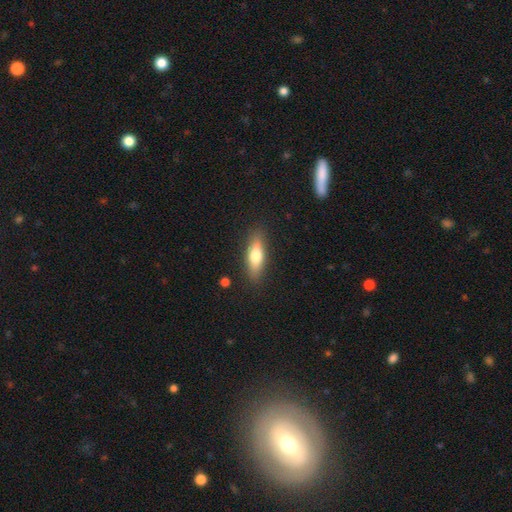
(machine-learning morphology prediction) Q: Smooth or featured?
A: smooth (66%); runner-up: featured or disk (28%)
Q: How rounded?
A: cigar-shaped (52%); runner-up: in between (46%)
Q: Merging?
A: none (86%); runner-up: minor disturbance (10%)